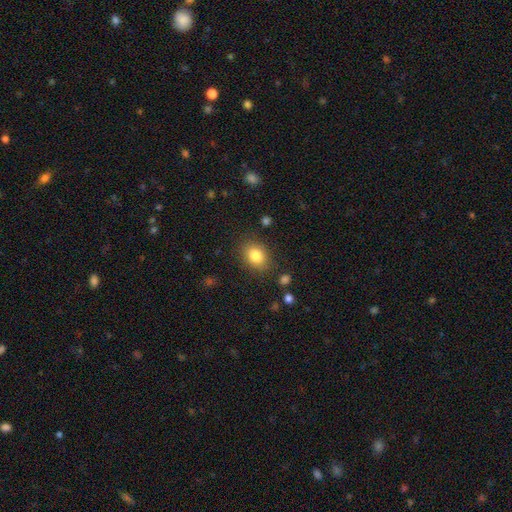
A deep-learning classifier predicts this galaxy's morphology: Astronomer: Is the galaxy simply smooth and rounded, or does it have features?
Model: smooth — 83%.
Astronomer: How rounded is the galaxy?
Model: in between — 58% (runner-up: round, 41%).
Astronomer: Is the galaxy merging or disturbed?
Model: none — 83%.